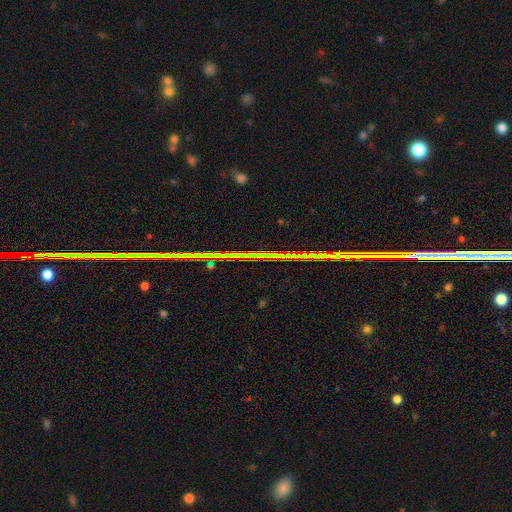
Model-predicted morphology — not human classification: Smooth or featured? star or artifact (74%)